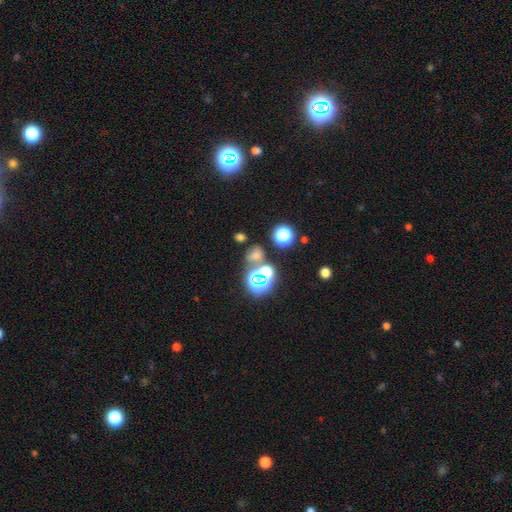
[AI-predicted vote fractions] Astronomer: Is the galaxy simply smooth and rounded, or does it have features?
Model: smooth — 50% (runner-up: star or artifact, 40%).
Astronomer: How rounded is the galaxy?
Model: round — 62%.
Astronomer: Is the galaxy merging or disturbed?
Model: none — 61%.